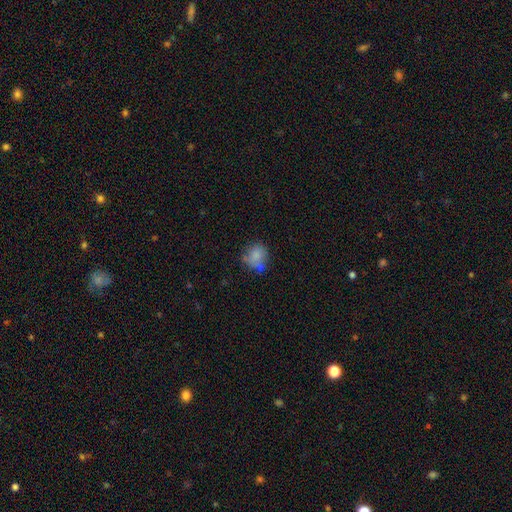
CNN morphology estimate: A smooth galaxy with no disk features (77%) that is round (72%). Merging: none (50%).